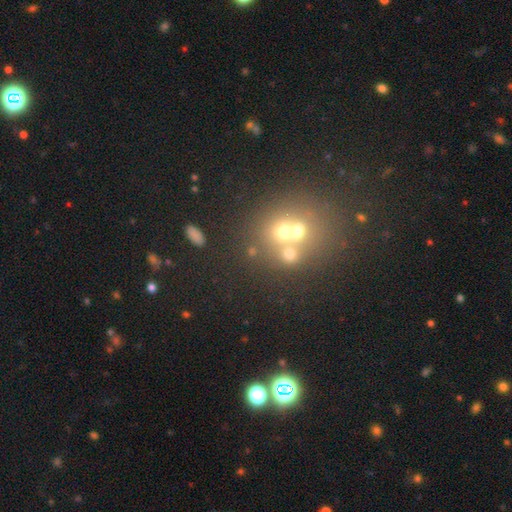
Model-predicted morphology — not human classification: The model was most divided on "smooth or featured": star or artifact: 43%, smooth: 41%, featured or disk: 16%.